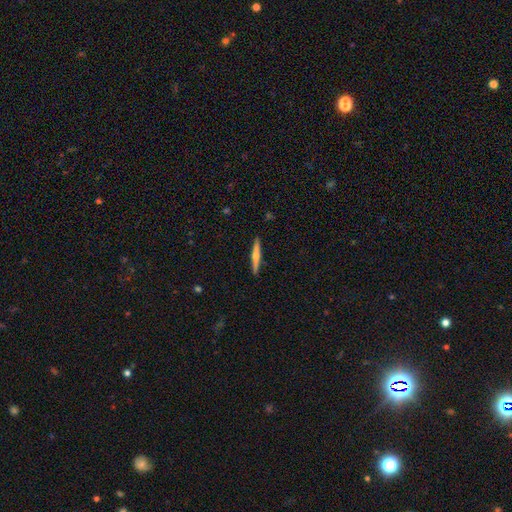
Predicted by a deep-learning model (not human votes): Morphology: type=featured or disk (52%); edge-on=yes (97%); edge-on bulge=rounded (81%); merging=none (91%).